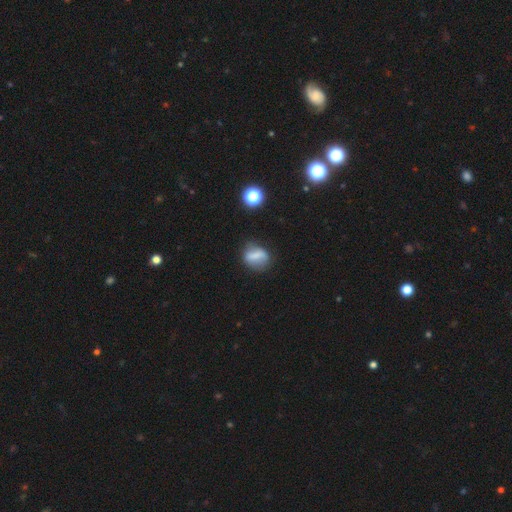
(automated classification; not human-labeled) Smooth or featured: smooth — 62% (featured or disk — 27%)
How rounded: in between — 55% (round — 38%)
Merging: none — 67% (minor disturbance — 21%)